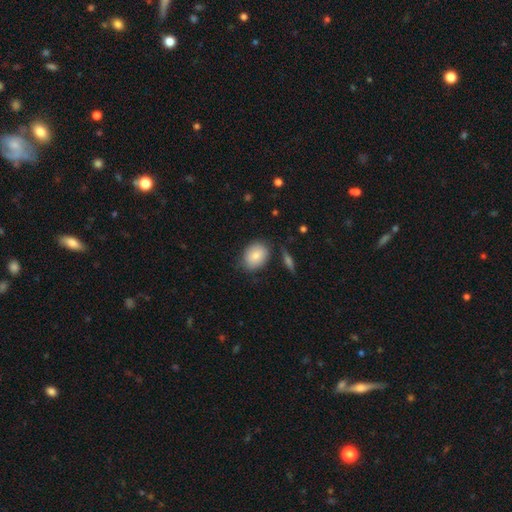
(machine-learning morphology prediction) A smooth galaxy with no disk features (81%) that is in between round and cigar-shaped (58%). Merging: none (77%).